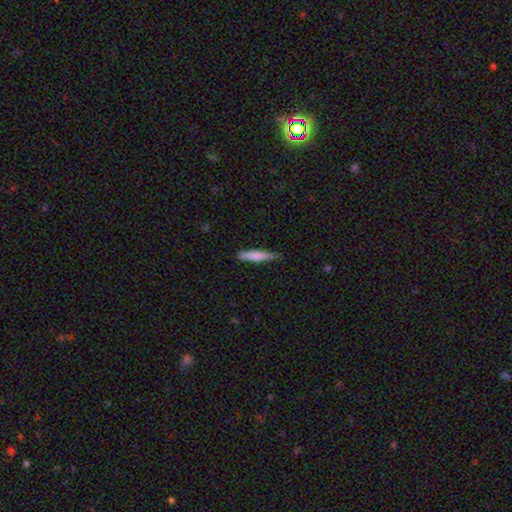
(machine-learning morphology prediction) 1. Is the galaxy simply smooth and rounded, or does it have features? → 70% smooth, 24% featured or disk, 6% star or artifact.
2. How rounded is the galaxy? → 89% cigar-shaped, 10% in between, 2% round.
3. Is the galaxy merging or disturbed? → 77% none, 19% minor disturbance, 3% major disturbance, 1% merger.